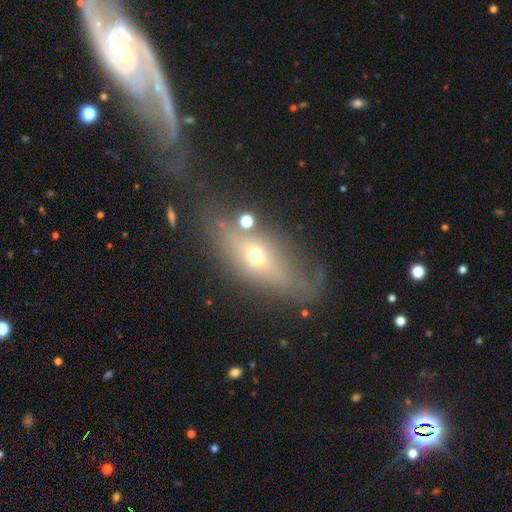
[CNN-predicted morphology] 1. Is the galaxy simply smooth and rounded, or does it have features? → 47% featured or disk, 39% smooth, 14% star or artifact.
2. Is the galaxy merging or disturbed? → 55% none, 20% minor disturbance, 17% major disturbance, 7% merger.